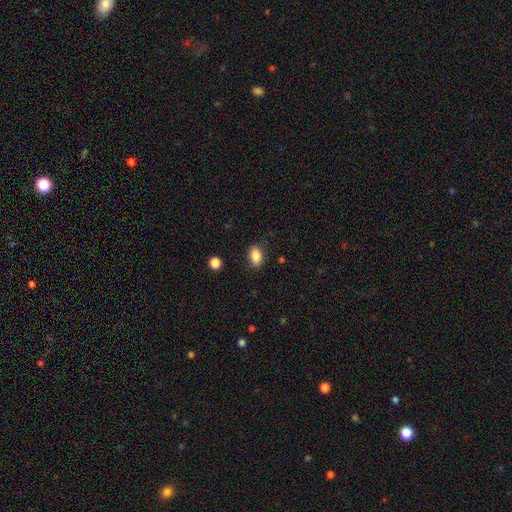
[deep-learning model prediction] A smooth galaxy with no disk features (86%) that is in between round and cigar-shaped (83%).

Vote fractions:
- Smooth or featured? smooth: 86% / star or artifact: 9% / featured or disk: 5%
- How rounded? in between: 83% / round: 15% / cigar-shaped: 2%
- Merging? none: 85% / minor disturbance: 11% / major disturbance: 3% / merger: 2%